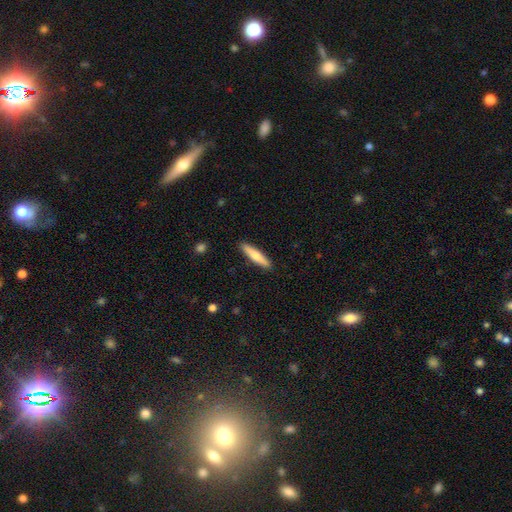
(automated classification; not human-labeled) Smooth or featured? Predicted: smooth (p=0.66). How rounded? Predicted: cigar-shaped (p=0.87). Merging? Predicted: none (p=0.90).